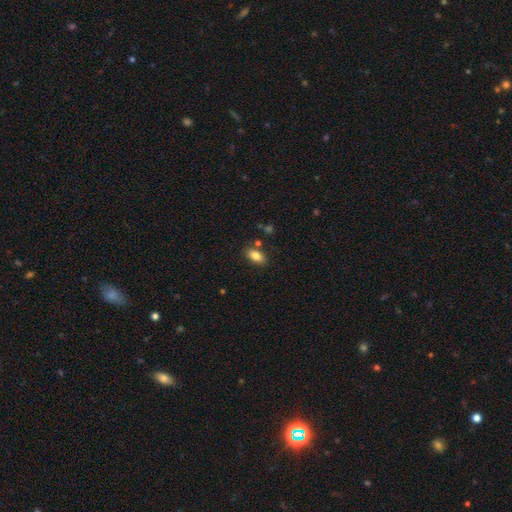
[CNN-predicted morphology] This appears to be a smooth galaxy with no disk features (83%) that is in between round and cigar-shaped (90%). Merging: none (81%).